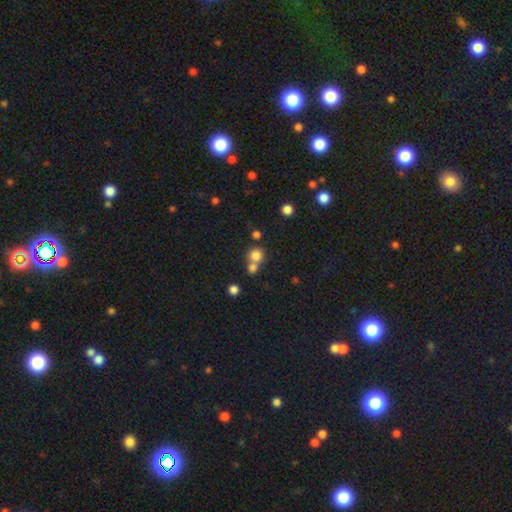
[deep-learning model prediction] The model was most divided on "merging": none: 48%, merger: 43%, minor disturbance: 6%, major disturbance: 3%. More confident: how rounded — round (87%); smooth or featured — smooth (79%).